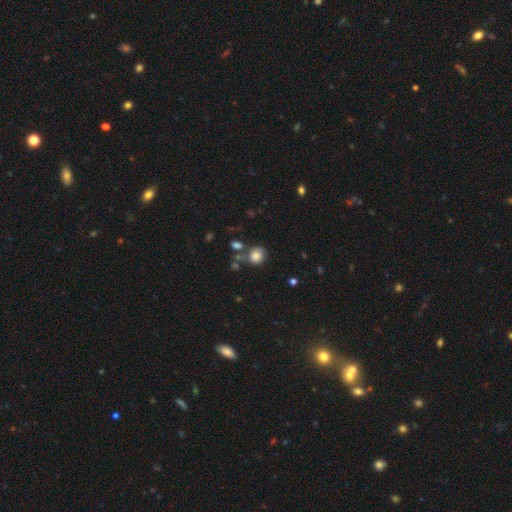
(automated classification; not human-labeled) A smooth galaxy with no disk features (78%) that is round (78%). Merging: none (55%).